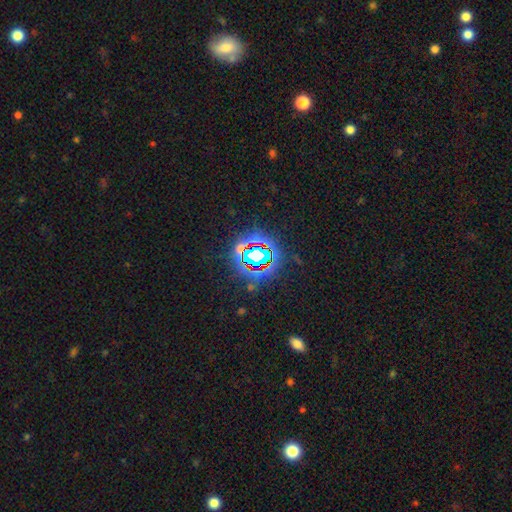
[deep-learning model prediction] This appears to be a star or artifact, not a galaxy (76%).